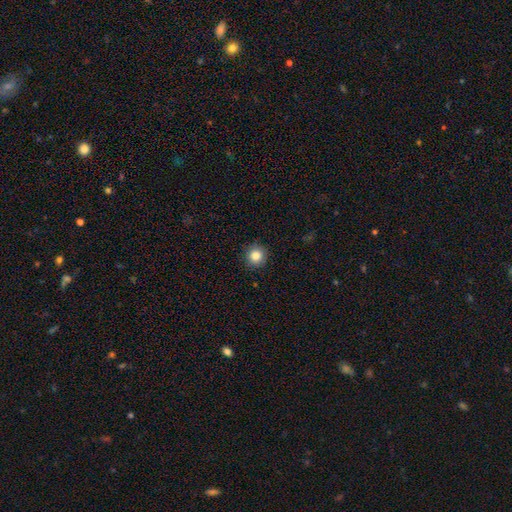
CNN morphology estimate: Smooth or featured? smooth (85%)
How rounded? round (93%)
Merging? none (91%)